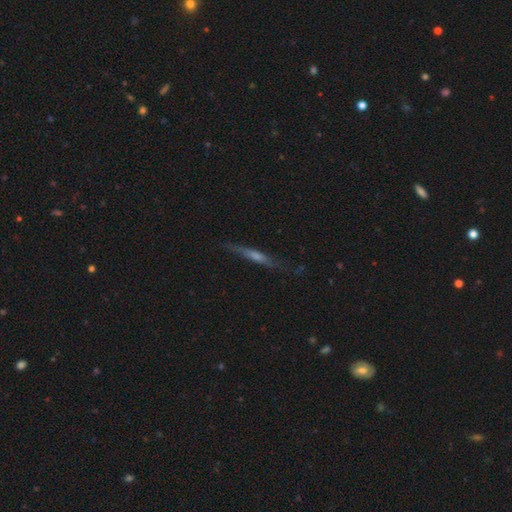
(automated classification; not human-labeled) Overall: featured or disk (60%; smooth 32%). Edge-on disk: yes (92%). Edge-on bulge: rounded (49%; none 34%). Merging: none (76%).